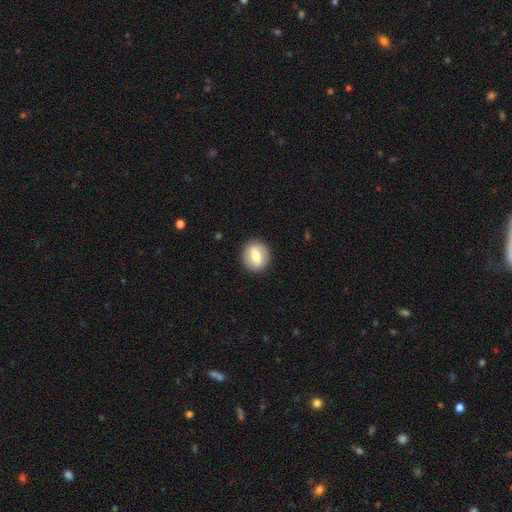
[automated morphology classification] A smooth galaxy with no disk features (64%) that is round (83%). Merging: none (90%).